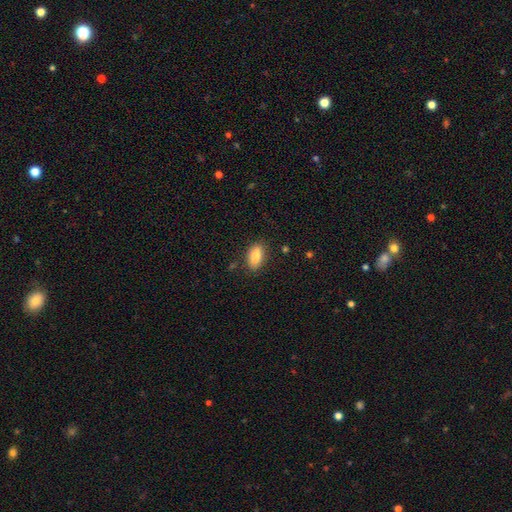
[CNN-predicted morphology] Smooth or featured? Predicted: smooth (p=0.87). How rounded? Predicted: in between (p=0.91). Merging? Predicted: none (p=0.82).